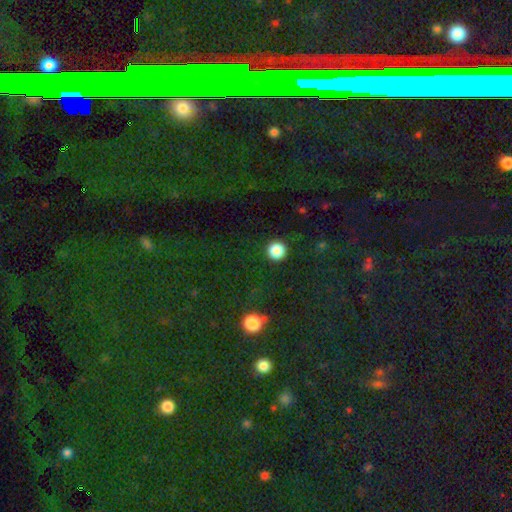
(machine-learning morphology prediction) A star or artifact, not a galaxy (72%).